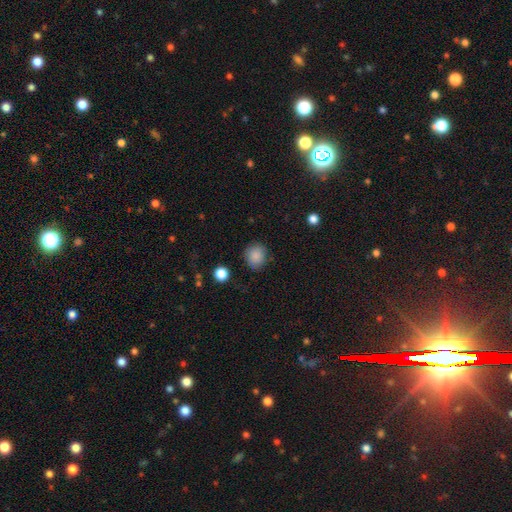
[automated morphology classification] A smooth galaxy with no disk features (86%) that is round (80%). Merging: none (82%).